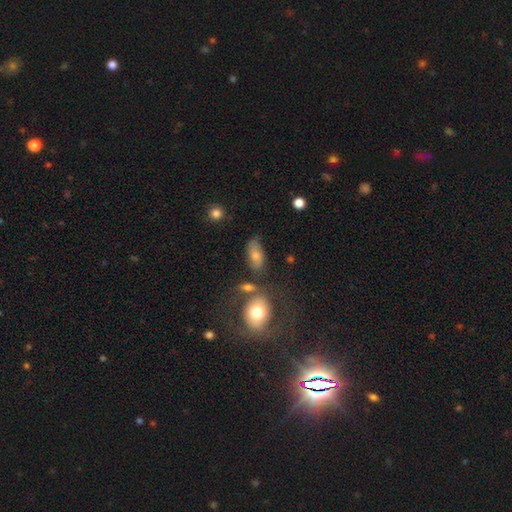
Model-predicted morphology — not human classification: Smooth or featured: smooth — 68% (featured or disk — 23%)
How rounded: in between — 87% (round — 7%)
Merging: none — 62% (minor disturbance — 20%)